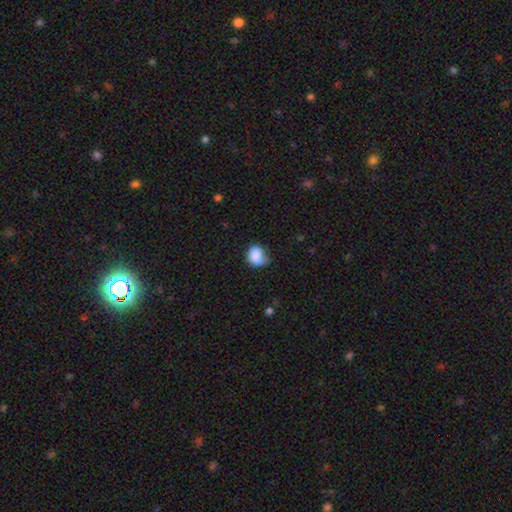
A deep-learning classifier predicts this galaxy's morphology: Smooth or featured?
  - smooth: 83% *
  - featured or disk: 9%
  - star or artifact: 8%
How rounded?
  - round: 53% *
  - in between: 46%
  - cigar-shaped: 1%
Merging?
  - none: 40% *
  - minor disturbance: 39%
  - major disturbance: 17%
  - merger: 4%